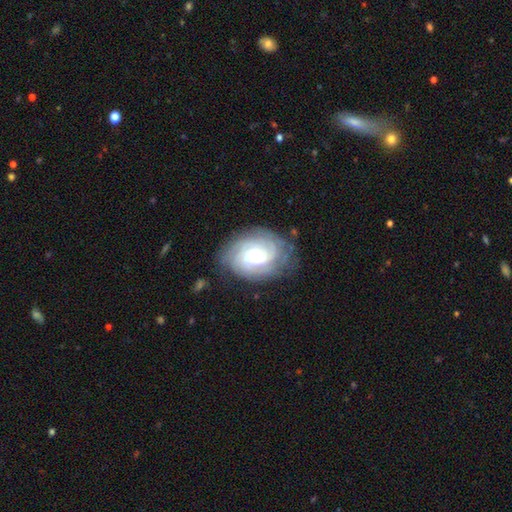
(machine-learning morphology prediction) Smooth or featured? featured or disk (83%)
Edge-on disk? no (97%)
Bar? no (62%)
Spiral arms? yes (97%)
Spiral winding? tight (72%)
Spiral arm count? can't tell (34%)
Bulge size? moderate (46%)
Merging? none (75%)